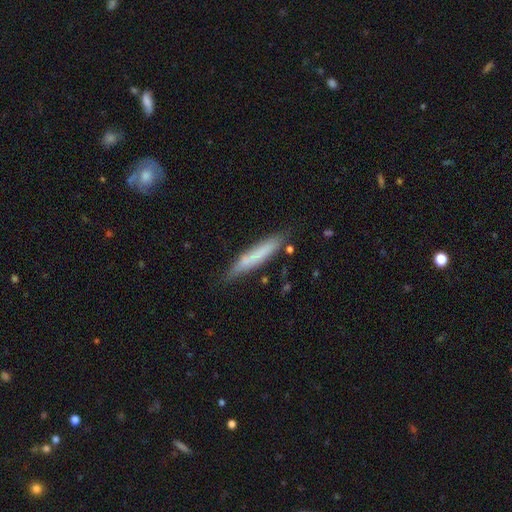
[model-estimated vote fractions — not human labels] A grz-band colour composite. It shows a smooth galaxy with no disk features (67%) that is cigar-shaped (92%). Merging: none (77%).